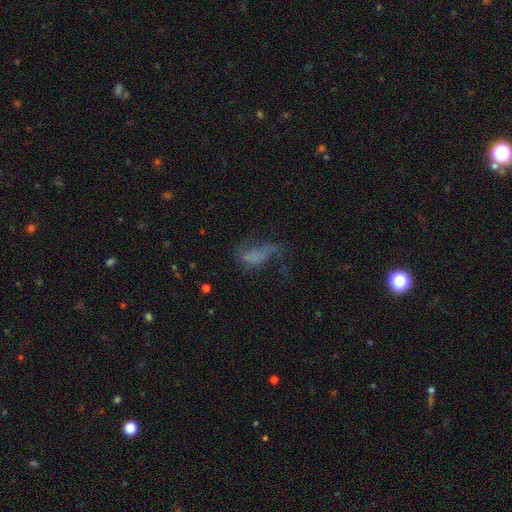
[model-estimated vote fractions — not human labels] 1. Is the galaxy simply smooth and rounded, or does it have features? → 43% smooth, 37% featured or disk, 20% star or artifact.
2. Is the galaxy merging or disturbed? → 49% major disturbance, 27% none, 19% minor disturbance, 5% merger.